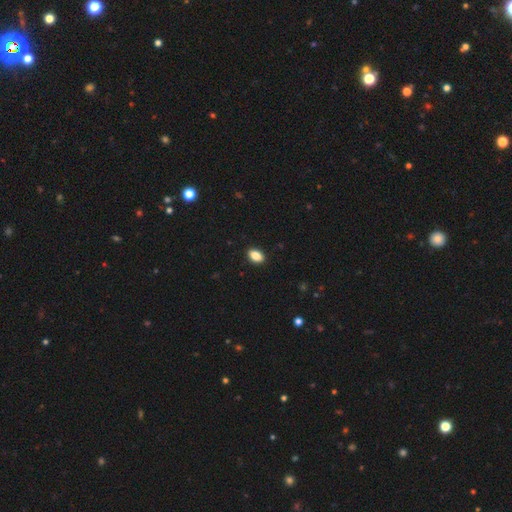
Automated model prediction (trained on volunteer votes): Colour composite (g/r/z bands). It shows a smooth galaxy with no disk features (87%) that is in between round and cigar-shaped (89%). Merging: none (90%).